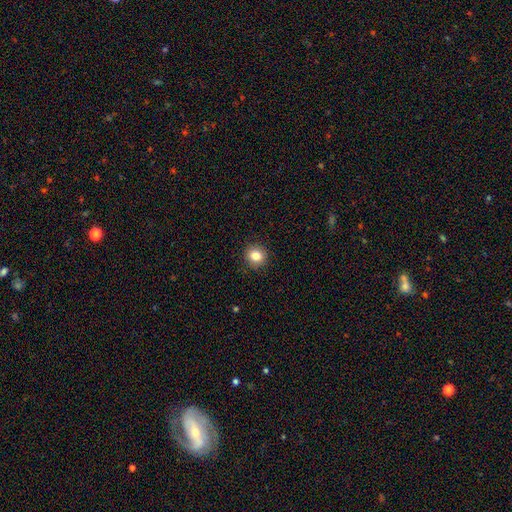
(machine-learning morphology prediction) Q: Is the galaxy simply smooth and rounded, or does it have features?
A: smooth — 82%.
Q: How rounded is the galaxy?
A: round — 89%.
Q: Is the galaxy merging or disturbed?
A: none — 92%.